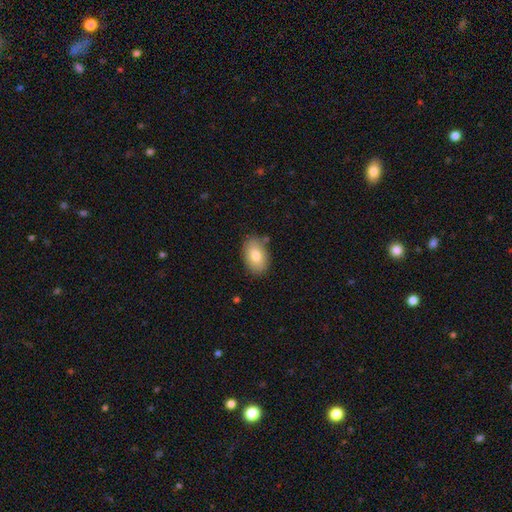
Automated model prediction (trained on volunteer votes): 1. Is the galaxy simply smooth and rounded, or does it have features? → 80% smooth, 13% featured or disk, 7% star or artifact.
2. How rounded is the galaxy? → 91% in between, 8% round, 1% cigar-shaped.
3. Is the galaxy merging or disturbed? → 82% none, 13% minor disturbance, 3% major disturbance, 3% merger.